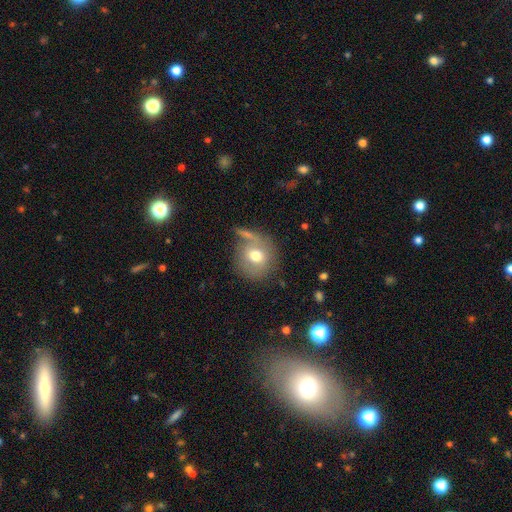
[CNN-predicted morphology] Smooth or featured?
  - smooth: 67% *
  - featured or disk: 24%
  - star or artifact: 9%
How rounded?
  - round: 86% *
  - in between: 13%
  - cigar-shaped: 1%
Merging?
  - none: 59% *
  - minor disturbance: 17%
  - merger: 15%
  - major disturbance: 9%